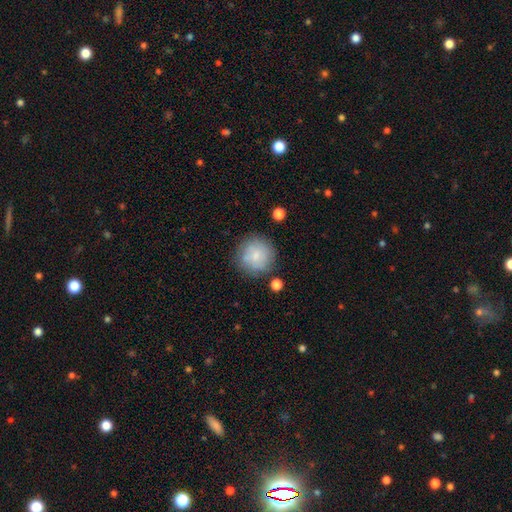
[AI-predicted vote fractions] This appears to be a smooth galaxy with no disk features (77%) that is round (94%). Merging: none (75%).